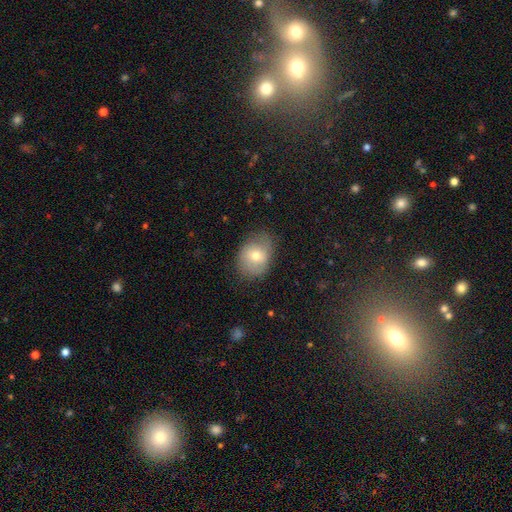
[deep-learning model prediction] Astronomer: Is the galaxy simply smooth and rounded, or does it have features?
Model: smooth — 64%.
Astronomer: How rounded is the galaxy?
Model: in between — 56% (runner-up: round, 43%).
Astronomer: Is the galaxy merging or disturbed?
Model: none — 71%.